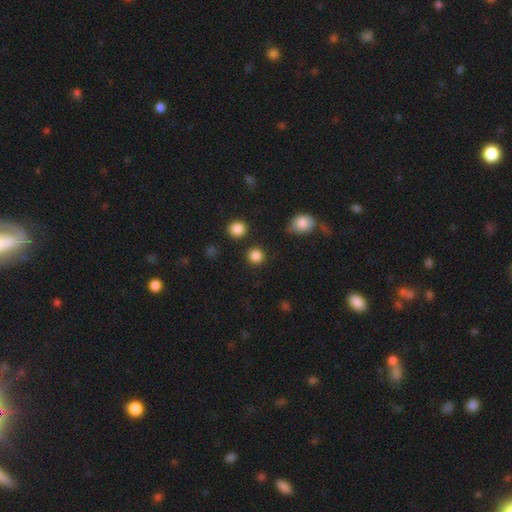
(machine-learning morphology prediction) This is clearly a smooth galaxy (85%). How rounded: clearly round (93%). Merging: clearly none (88%).